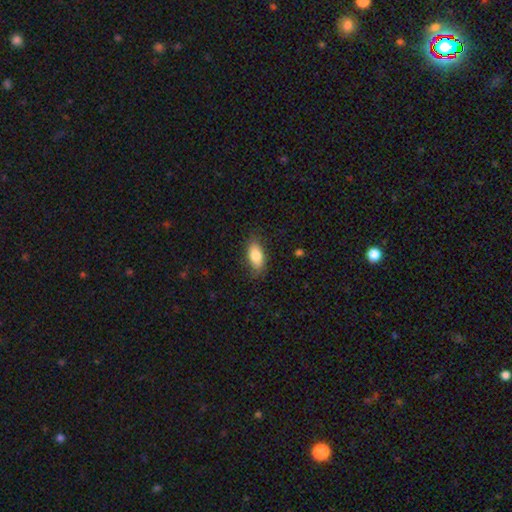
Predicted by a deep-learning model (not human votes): Morphology: type=smooth (79%); roundness=in between (90%); merging=none (77%).